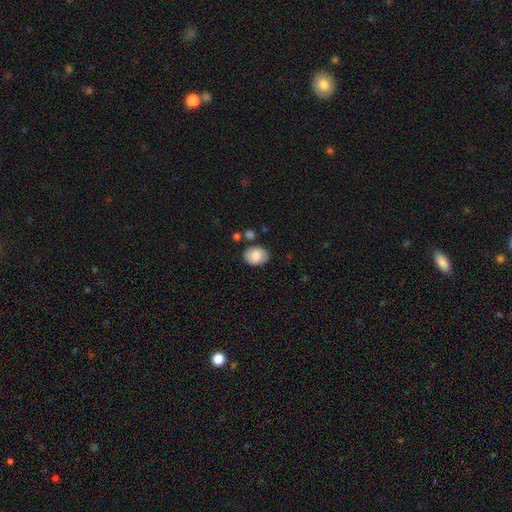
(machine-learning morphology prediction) A smooth galaxy with no disk features (70%) that is in between round and cigar-shaped (71%). Merging: none (77%).